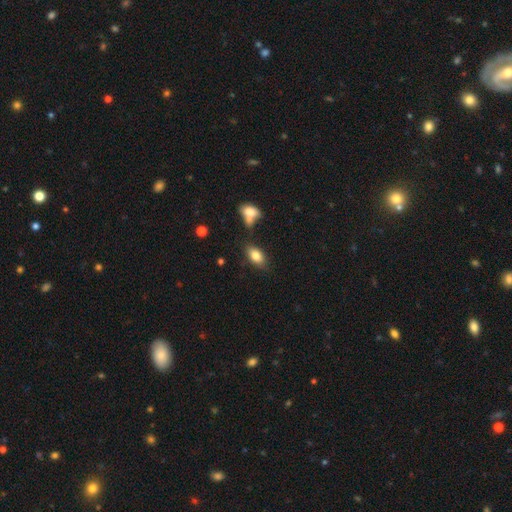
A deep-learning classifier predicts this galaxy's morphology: Smooth or featured? Predicted: smooth (p=0.81). How rounded? Predicted: in between (p=0.89). Merging? Predicted: none (p=0.71).